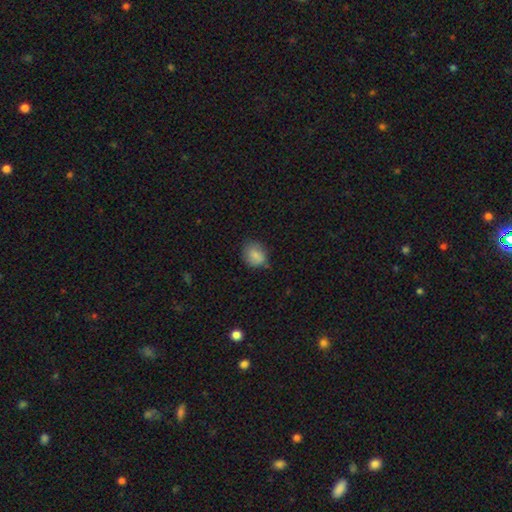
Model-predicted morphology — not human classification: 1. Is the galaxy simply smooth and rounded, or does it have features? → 82% smooth, 9% featured or disk, 9% star or artifact.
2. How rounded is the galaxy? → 55% round, 43% in between, 1% cigar-shaped.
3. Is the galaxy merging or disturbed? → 61% none, 31% minor disturbance, 6% major disturbance, 2% merger.